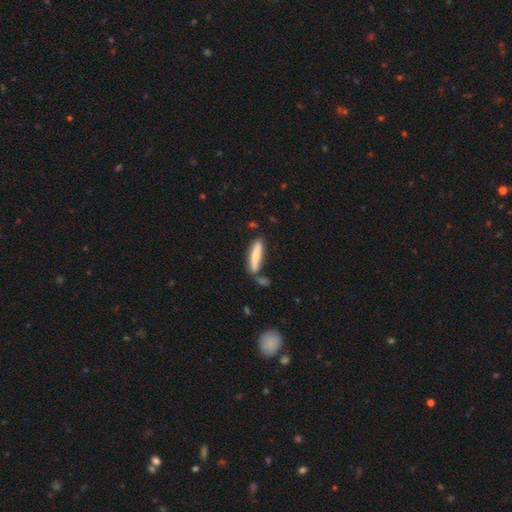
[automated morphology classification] smooth 65%, featured or disk 30%, star or artifact 6%. Down the decision tree: how rounded — cigar-shaped (76%); merging — none (67%).